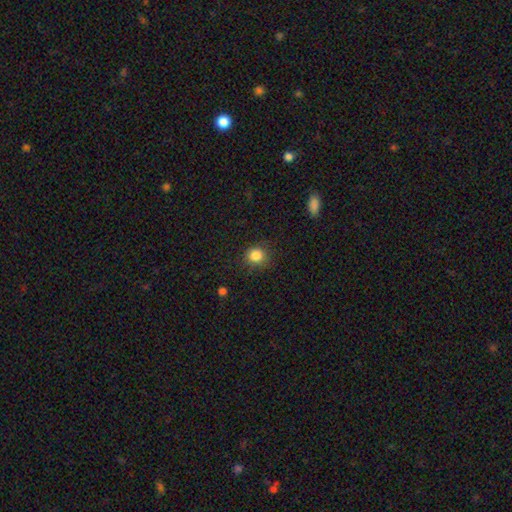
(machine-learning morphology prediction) Smooth or featured: smooth — 85% (star or artifact — 11%)
How rounded: round — 86% (in between — 13%)
Merging: none — 83% (minor disturbance — 12%)